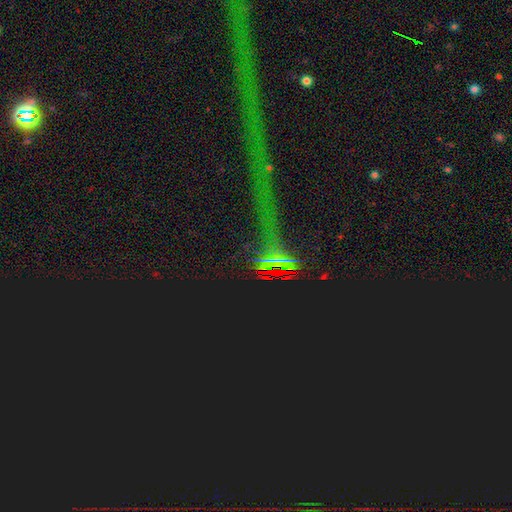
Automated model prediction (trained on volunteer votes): smooth_or_featured: star or artifact (p=0.81) [alt: smooth p=0.10]